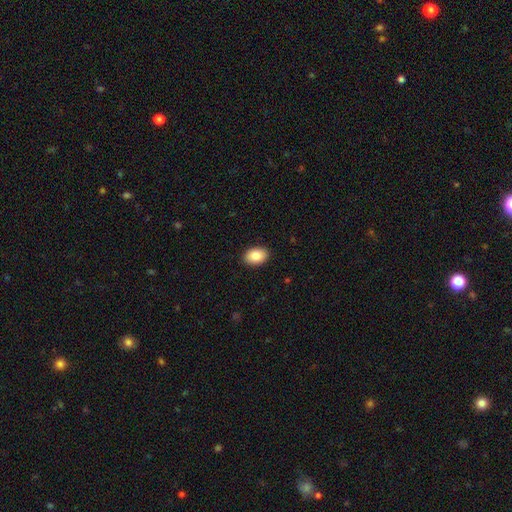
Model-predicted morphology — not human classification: smooth-or-featured: smooth: 86% | star or artifact: 7% | featured or disk: 7%
  how-rounded: in between: 84% | round: 15% | cigar-shaped: 1%
  merging: none: 90% | minor disturbance: 7% | major disturbance: 2% | merger: 1%